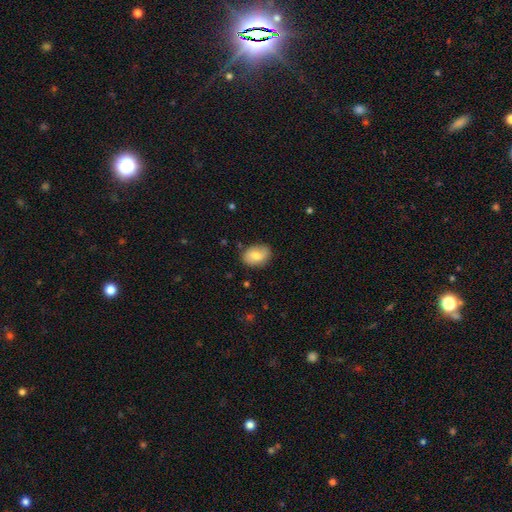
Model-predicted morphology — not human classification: smooth 74%, featured or disk 19%, star or artifact 7%. Down the decision tree: how rounded — in between (76%); merging — none (80%).